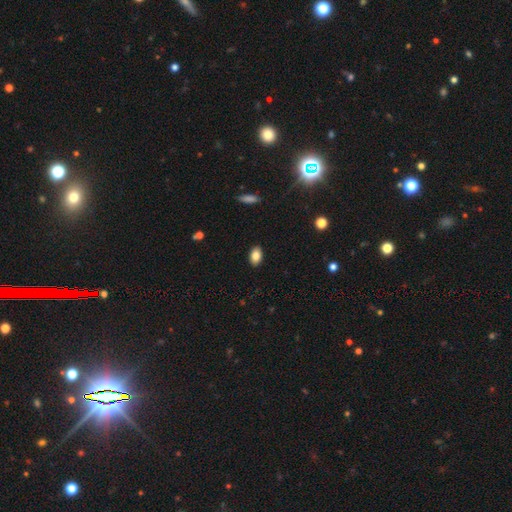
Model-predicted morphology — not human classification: smooth-or-featured: smooth: 85% | star or artifact: 8% | featured or disk: 7%
  how-rounded: in between: 90% | round: 9% | cigar-shaped: 2%
  merging: none: 89% | minor disturbance: 8% | major disturbance: 2% | merger: 1%